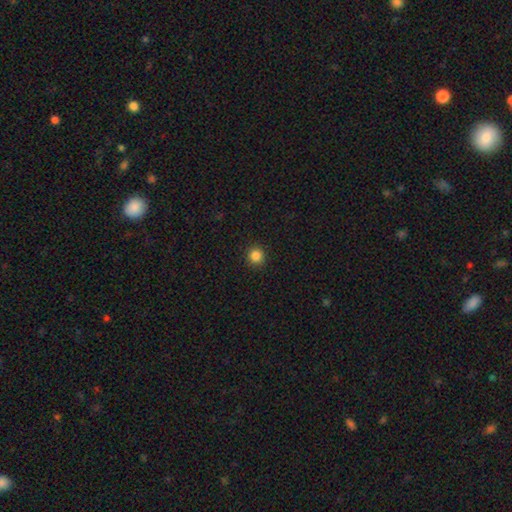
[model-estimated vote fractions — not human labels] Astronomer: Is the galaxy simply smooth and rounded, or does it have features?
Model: smooth — 85%.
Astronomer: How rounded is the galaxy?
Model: round — 95%.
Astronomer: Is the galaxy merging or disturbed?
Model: none — 93%.